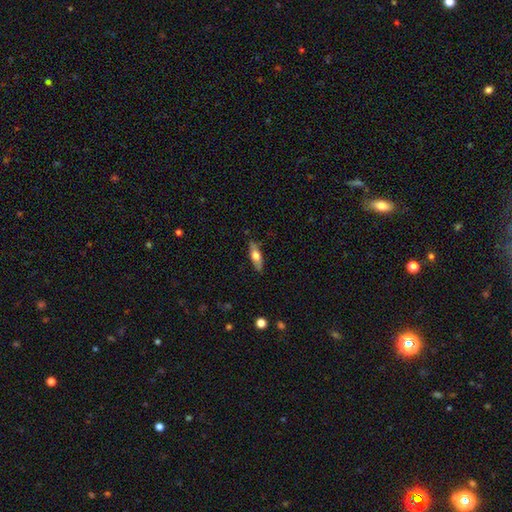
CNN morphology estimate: Smooth or featured? Predicted: smooth (p=0.54). How rounded? Predicted: cigar-shaped (p=0.50). Merging? Predicted: none (p=0.85).